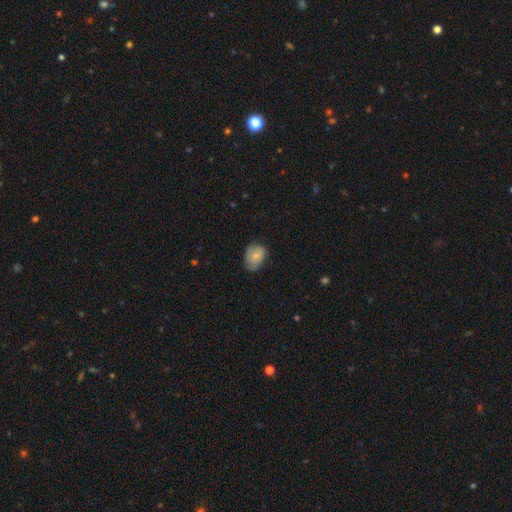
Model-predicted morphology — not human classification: smooth_or_featured: smooth (p=0.68) [alt: featured or disk p=0.25]
how_rounded: in between (p=0.67) [alt: round p=0.32]
merging: none (p=0.59) [alt: minor disturbance p=0.32]